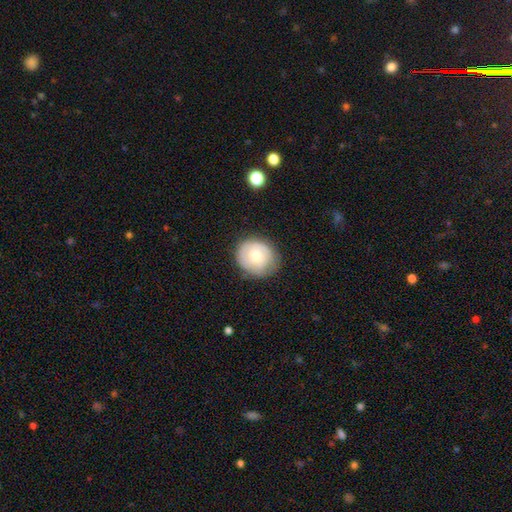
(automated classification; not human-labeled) This is likely a smooth galaxy (61%). How rounded: clearly round (83%). Merging: likely none (74%).